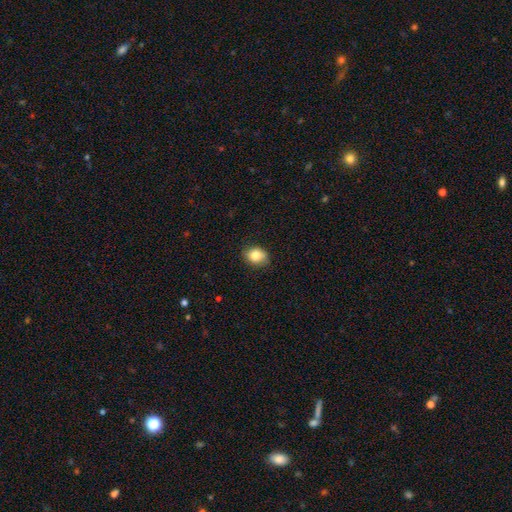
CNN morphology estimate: Overall: smooth (83%). How rounded: in between (52%; round 47%). Merging: none (82%).